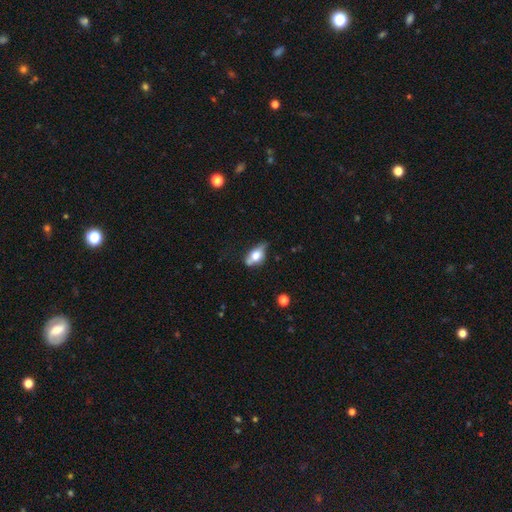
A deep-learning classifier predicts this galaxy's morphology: Smooth or featured?
  - smooth: 55% *
  - featured or disk: 36%
  - star or artifact: 8%
How rounded?
  - in between: 79% *
  - round: 11%
  - cigar-shaped: 10%
Merging?
  - none: 48% *
  - minor disturbance: 32%
  - major disturbance: 12%
  - merger: 8%